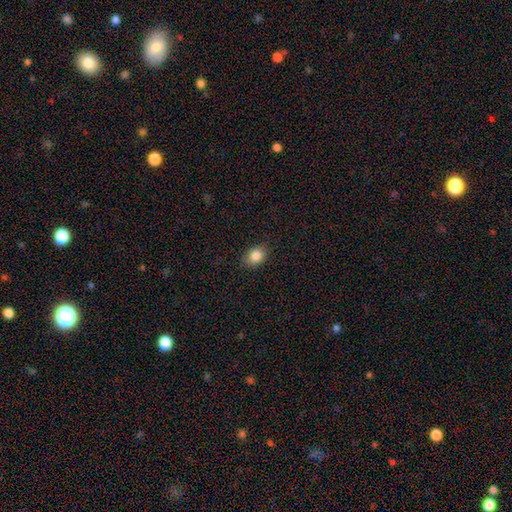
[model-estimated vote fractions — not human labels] smooth_or_featured: smooth (p=0.85) [alt: star or artifact p=0.09]
how_rounded: in between (p=0.60) [alt: round p=0.39]
merging: none (p=0.86) [alt: minor disturbance p=0.10]